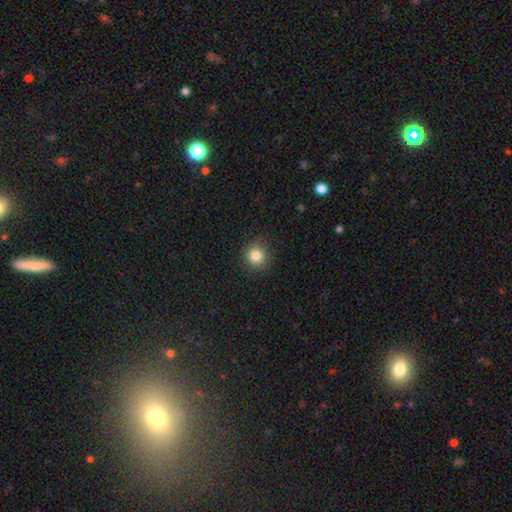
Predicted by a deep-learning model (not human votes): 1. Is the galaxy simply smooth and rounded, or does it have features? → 83% smooth, 11% star or artifact, 5% featured or disk.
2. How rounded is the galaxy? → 91% round, 8% in between, 1% cigar-shaped.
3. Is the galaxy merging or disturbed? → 90% none, 7% minor disturbance, 2% major disturbance, 1% merger.